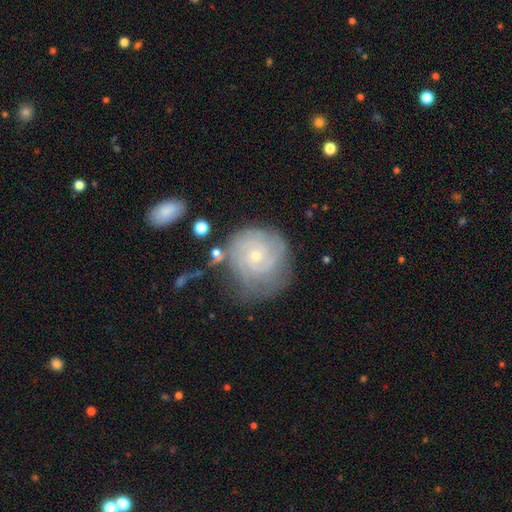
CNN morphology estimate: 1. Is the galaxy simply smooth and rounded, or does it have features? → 77% featured or disk, 17% smooth, 7% star or artifact.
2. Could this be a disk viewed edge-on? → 98% no, 2% yes.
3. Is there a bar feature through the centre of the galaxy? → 79% no, 18% weak, 3% strong.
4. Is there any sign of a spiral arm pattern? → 93% yes, 7% no.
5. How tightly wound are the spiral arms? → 76% tight, 19% medium, 5% loose.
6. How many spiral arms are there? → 38% can't tell, 21% 2, 20% 3, 11% 4, 6% 1, 5% more than 4.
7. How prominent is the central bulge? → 76% small, 21% moderate, 1% none, 1% large, 1% dominant.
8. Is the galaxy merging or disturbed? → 61% none, 23% minor disturbance, 11% major disturbance, 5% merger.